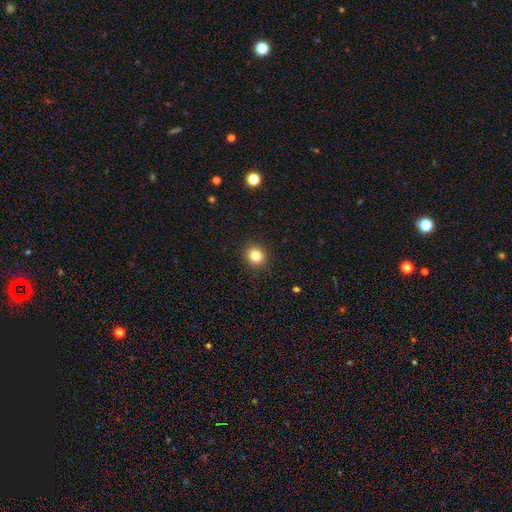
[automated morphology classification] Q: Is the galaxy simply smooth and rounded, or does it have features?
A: smooth — 83%.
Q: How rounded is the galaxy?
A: round — 75%.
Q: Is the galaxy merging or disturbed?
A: none — 91%.